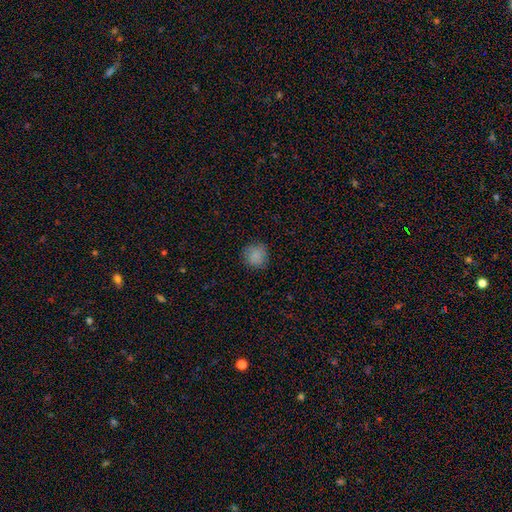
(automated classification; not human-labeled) Morphology: type=smooth (85%); roundness=round (90%); merging=none (85%).